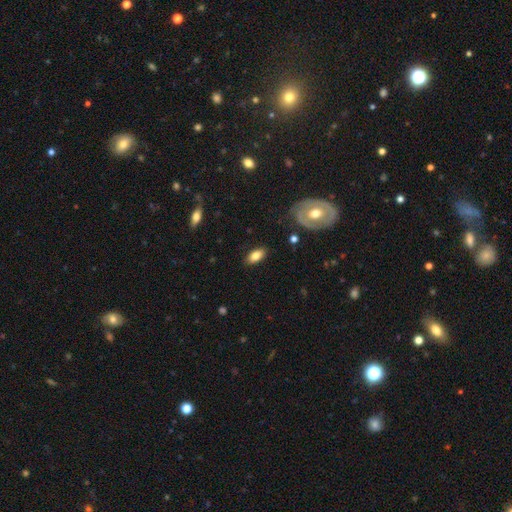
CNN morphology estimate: smooth_or_featured: smooth (p=0.80) [alt: featured or disk p=0.12]
how_rounded: in between (p=0.90) [alt: cigar-shaped p=0.07]
merging: none (p=0.85) [alt: minor disturbance p=0.11]